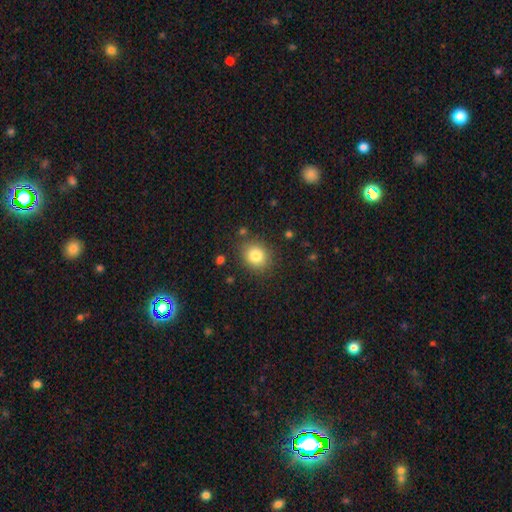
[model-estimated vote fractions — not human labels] Smooth or featured?
  - smooth: 83% *
  - star or artifact: 10%
  - featured or disk: 7%
How rounded?
  - round: 71% *
  - in between: 28%
  - cigar-shaped: 1%
Merging?
  - none: 84% *
  - minor disturbance: 10%
  - major disturbance: 3%
  - merger: 2%